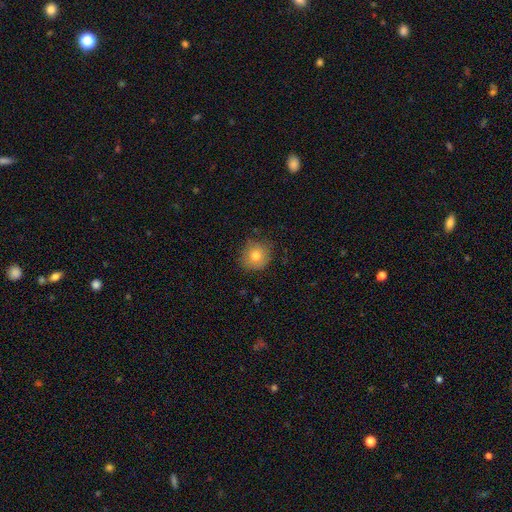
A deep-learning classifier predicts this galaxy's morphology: This appears to be a smooth galaxy with no disk features (79%) that is round (86%). Merging: none (78%).